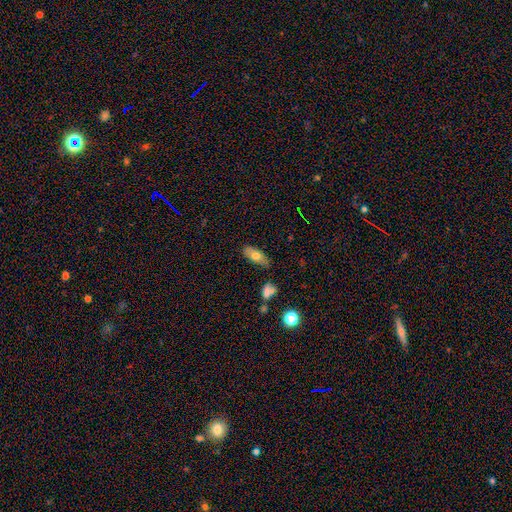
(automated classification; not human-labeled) Q: Smooth or featured?
A: smooth (67%); runner-up: featured or disk (25%)
Q: How rounded?
A: in between (81%); runner-up: cigar-shaped (15%)
Q: Merging?
A: none (71%); runner-up: minor disturbance (21%)